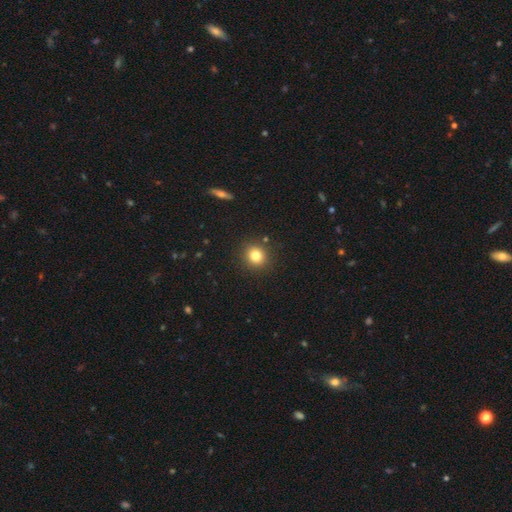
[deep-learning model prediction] Overall: smooth (80%). How rounded: round (87%). Merging: none (89%).